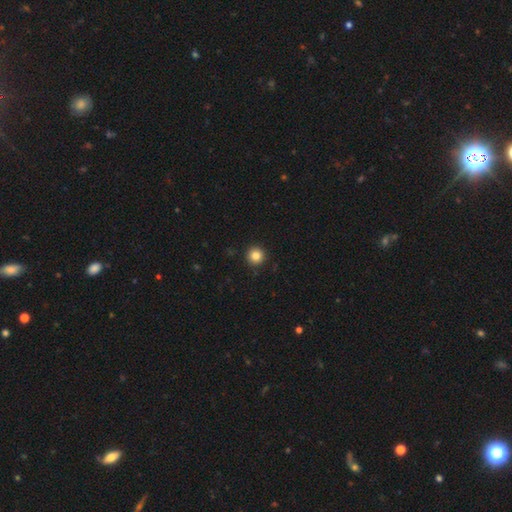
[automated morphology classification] The model was most divided on "smooth or featured": smooth: 84%, star or artifact: 11%, featured or disk: 5%. More confident: how rounded — round (96%); merging — none (93%).